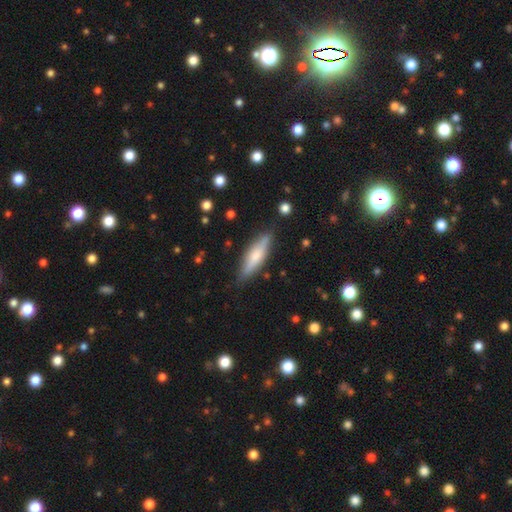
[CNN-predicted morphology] Smooth or featured? Predicted: smooth (p=0.56). How rounded? Predicted: cigar-shaped (p=0.64). Merging? Predicted: none (p=0.84).